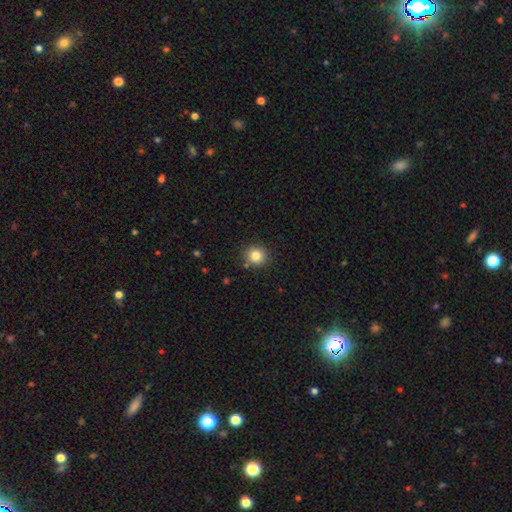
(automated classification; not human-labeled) This appears to be a smooth galaxy with no disk features (83%) that is round (90%). Merging: none (88%).